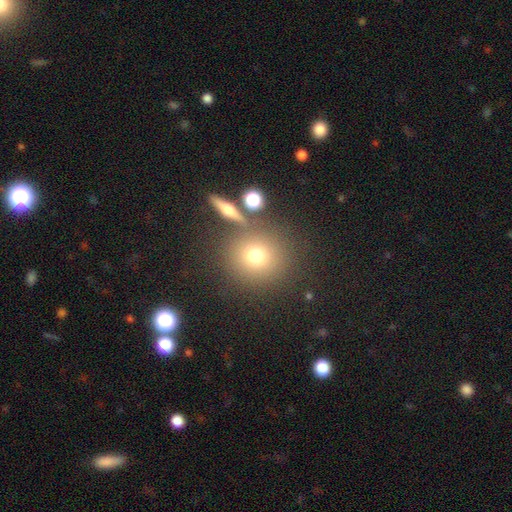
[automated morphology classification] Q: Smooth or featured?
A: smooth (70%); runner-up: star or artifact (15%)
Q: How rounded?
A: round (89%); runner-up: in between (9%)
Q: Merging?
A: none (77%); runner-up: merger (10%)